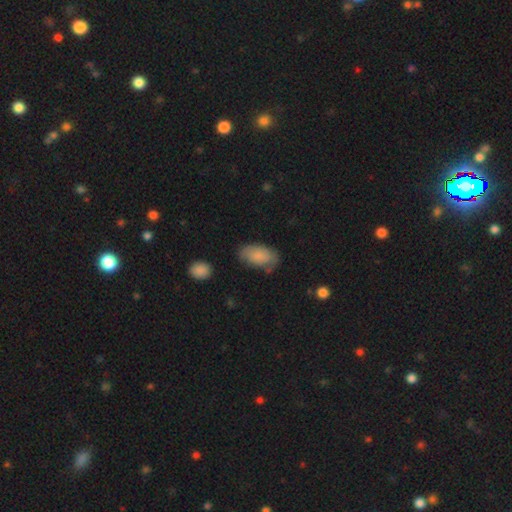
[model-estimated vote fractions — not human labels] This appears to be a smooth galaxy with no disk features (82%) that is in between round and cigar-shaped (94%). Merging: none (69%).